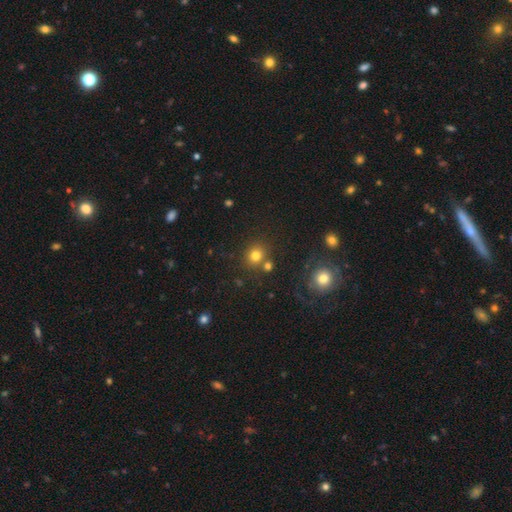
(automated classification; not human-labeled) Smooth or featured: smooth — 76% (star or artifact — 16%)
How rounded: round — 77% (in between — 22%)
Merging: none — 72% (merger — 14%)